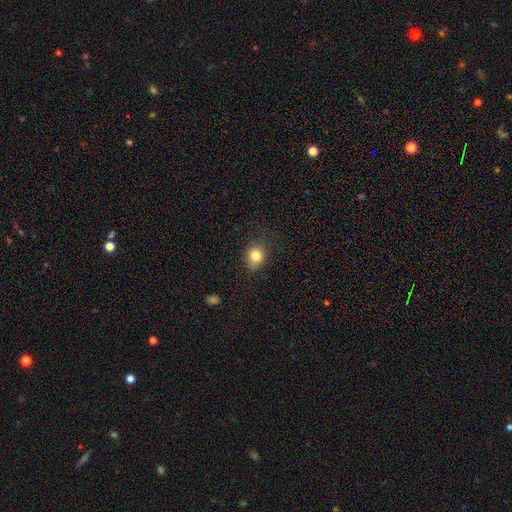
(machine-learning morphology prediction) A smooth galaxy with no disk features (81%) that is round (52%). Merging: none (76%).